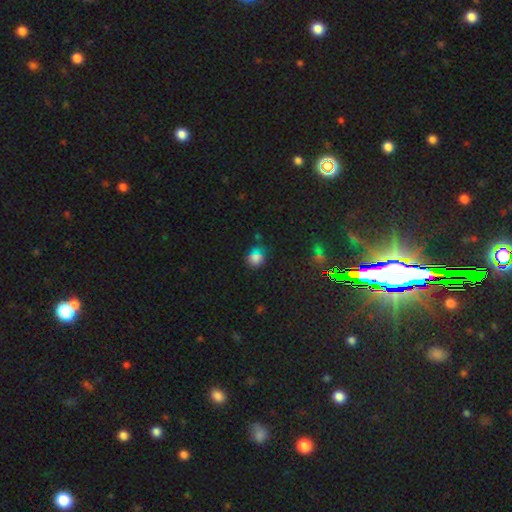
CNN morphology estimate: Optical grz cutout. It shows a smooth galaxy with no disk features (64%) that is round (79%). Merging: none (75%).